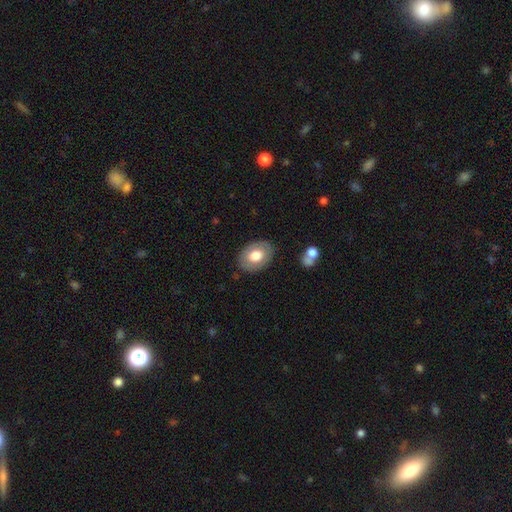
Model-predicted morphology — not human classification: Smooth or featured? Predicted: smooth (p=0.68). How rounded? Predicted: in between (p=0.76). Merging? Predicted: none (p=0.85).